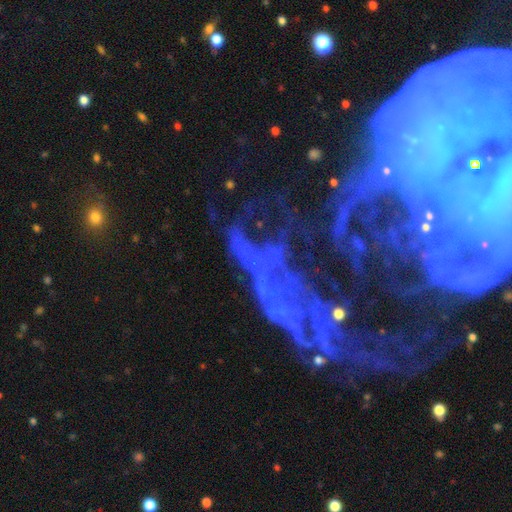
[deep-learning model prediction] Q: Smooth or featured?
A: featured or disk (63%); runner-up: star or artifact (25%)
Q: Edge-on disk?
A: no (88%); runner-up: yes (12%)
Q: Bar?
A: no (59%); runner-up: weak (22%)
Q: Spiral arms?
A: yes (66%); runner-up: no (34%)
Q: Bulge size?
A: small (44%); runner-up: moderate (24%)
Q: Merging?
A: none (37%); runner-up: major disturbance (33%)